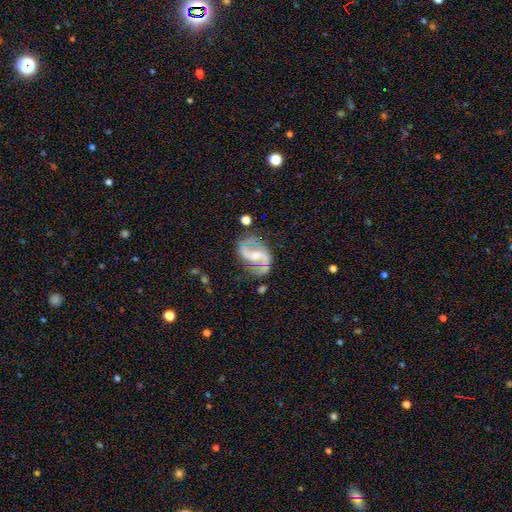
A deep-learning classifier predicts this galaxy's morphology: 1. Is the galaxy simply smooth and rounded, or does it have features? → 90% featured or disk, 5% star or artifact, 5% smooth.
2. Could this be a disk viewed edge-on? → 98% no, 2% yes.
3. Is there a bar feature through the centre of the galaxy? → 46% weak, 28% no, 26% strong.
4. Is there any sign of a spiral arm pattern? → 97% yes, 3% no.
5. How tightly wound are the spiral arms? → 51% medium, 39% loose, 11% tight.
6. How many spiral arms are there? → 93% 2, 2% can't tell, 2% 1, 1% 3, 1% 4, 1% more than 4.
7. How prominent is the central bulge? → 42% moderate, 39% small, 12% none, 6% large, 1% dominant.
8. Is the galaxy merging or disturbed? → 69% none, 18% minor disturbance, 9% major disturbance, 3% merger.